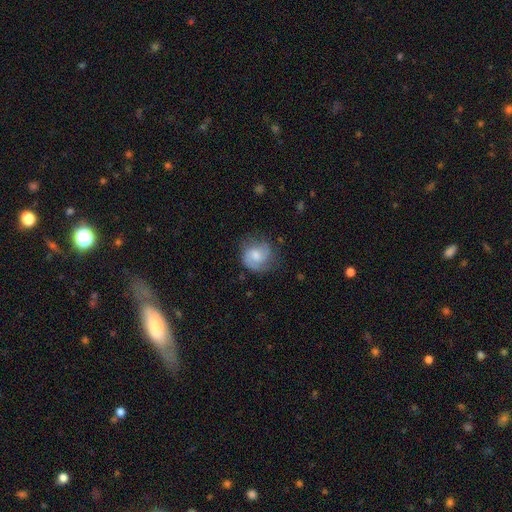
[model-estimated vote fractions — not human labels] This is possibly a featured or disk galaxy (56%). It is clearly not viewed edge-on (98%). Bar: possibly no (50%). Spiral arm pattern: clearly yes (90%). Central bulge: possibly moderate (49%). Merging: likely none (66%).